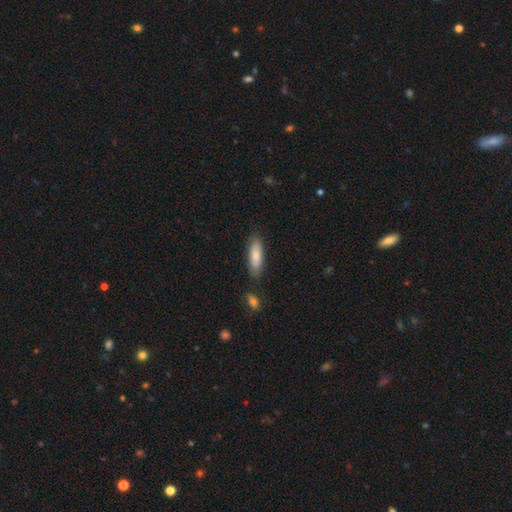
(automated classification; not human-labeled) Smooth or featured? Predicted: smooth (p=0.78). How rounded? Predicted: in between (p=0.52). Merging? Predicted: none (p=0.81).